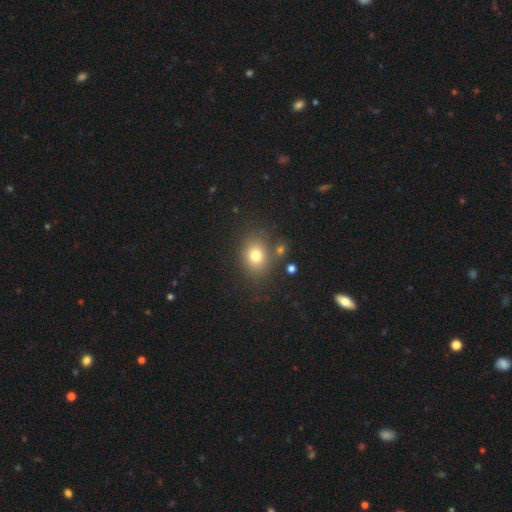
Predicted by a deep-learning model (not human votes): smooth 76%, star or artifact 13%, featured or disk 10%. Down the decision tree: how rounded — round (54%); merging — none (76%).